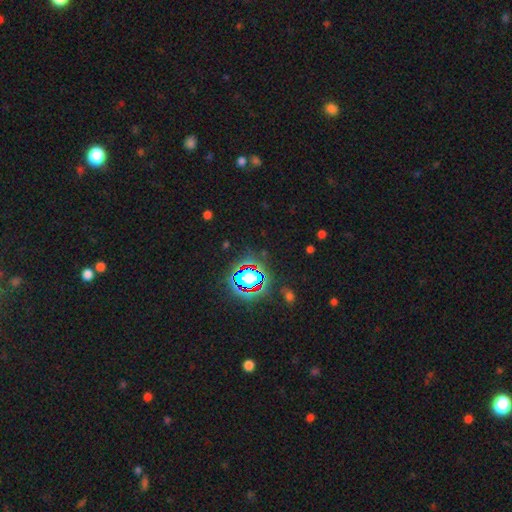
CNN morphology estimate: Smooth or featured?
  - star or artifact: 83% *
  - smooth: 10%
  - featured or disk: 7%